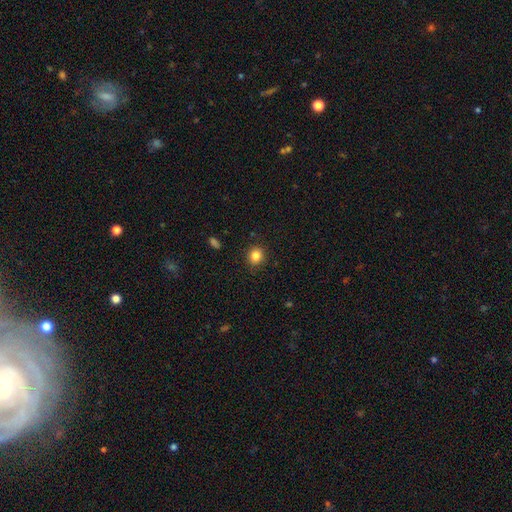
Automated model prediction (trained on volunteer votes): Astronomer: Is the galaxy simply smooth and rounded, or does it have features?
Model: smooth — 84%.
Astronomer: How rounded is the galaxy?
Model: round — 85%.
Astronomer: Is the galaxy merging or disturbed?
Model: none — 89%.